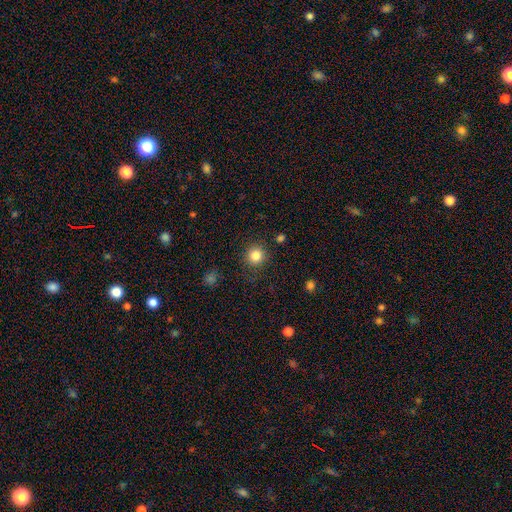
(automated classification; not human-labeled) Smooth or featured? smooth (84%)
How rounded? round (93%)
Merging? none (88%)